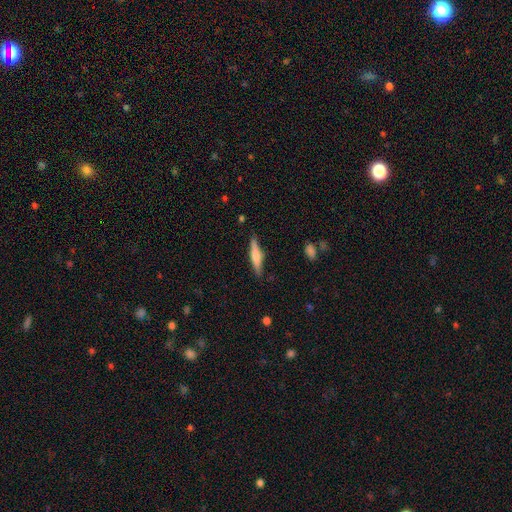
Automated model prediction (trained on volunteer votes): The model was most divided on "smooth or featured": smooth: 55%, featured or disk: 39%, star or artifact: 6%. More confident: merging — none (86%); how rounded — cigar-shaped (85%).